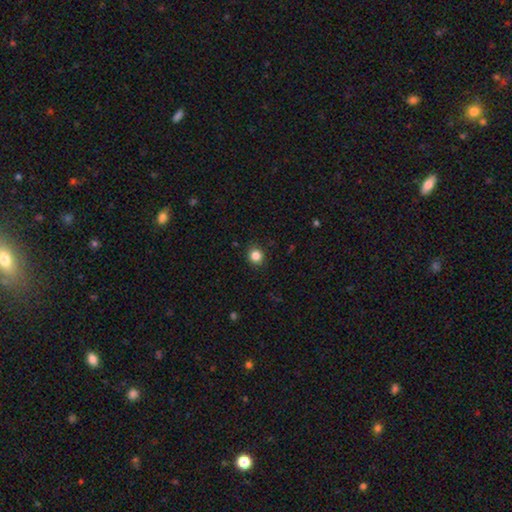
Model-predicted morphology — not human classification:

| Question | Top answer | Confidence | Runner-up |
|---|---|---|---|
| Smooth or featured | smooth | 84% | star or artifact (11%) |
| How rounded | round | 84% | in between (15%) |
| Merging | none | 89% | minor disturbance (8%) |